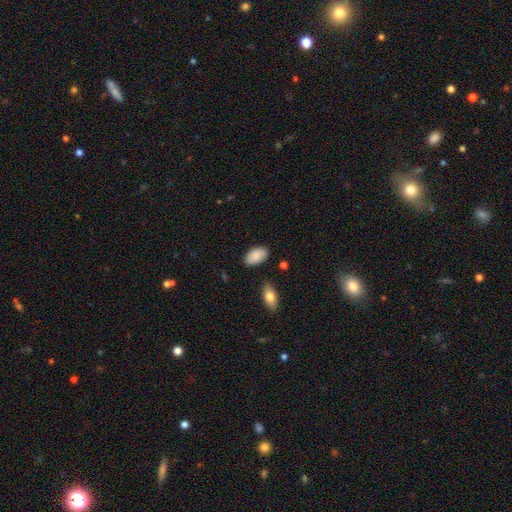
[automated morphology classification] This appears to be a smooth galaxy with no disk features (87%) that is in between round and cigar-shaped (94%). Merging: none (82%).